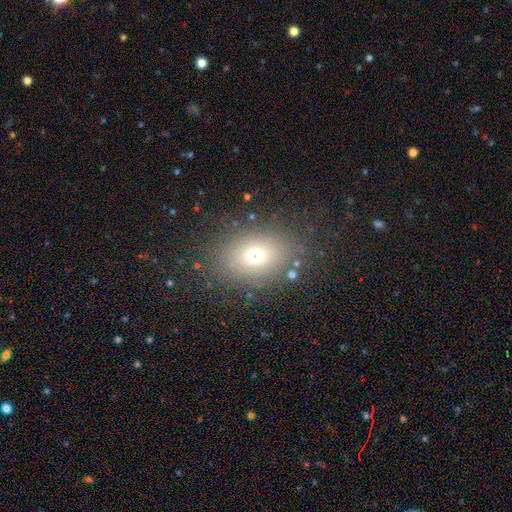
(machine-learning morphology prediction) A smooth galaxy with no disk features (66%) that is in between round and cigar-shaped (63%).

Vote fractions:
- Smooth or featured? smooth: 66% / star or artifact: 20% / featured or disk: 14%
- How rounded? in between: 63% / round: 35% / cigar-shaped: 1%
- Merging? none: 79% / minor disturbance: 11% / major disturbance: 6% / merger: 4%